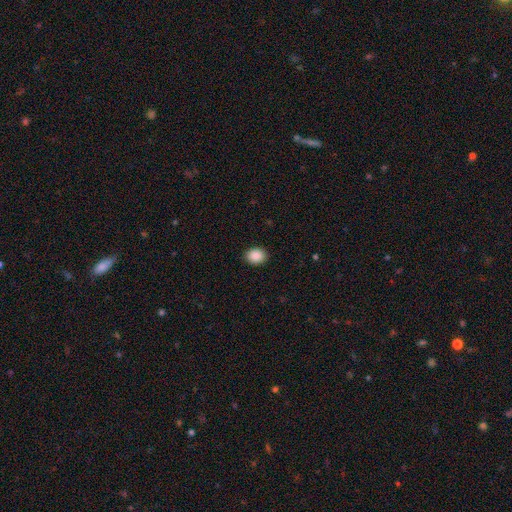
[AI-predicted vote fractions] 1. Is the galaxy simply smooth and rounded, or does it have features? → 89% smooth, 8% star or artifact, 3% featured or disk.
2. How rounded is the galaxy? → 54% round, 45% in between, 1% cigar-shaped.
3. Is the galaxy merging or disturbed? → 91% none, 7% minor disturbance, 2% major disturbance, 1% merger.